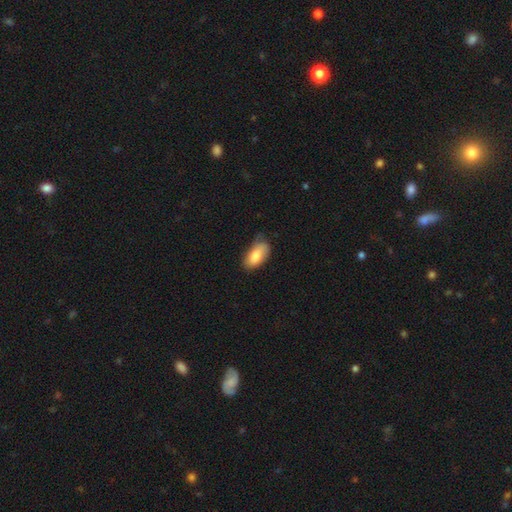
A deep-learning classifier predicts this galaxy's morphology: type=smooth (80%); roundness=in between (93%); merging=none (53%).